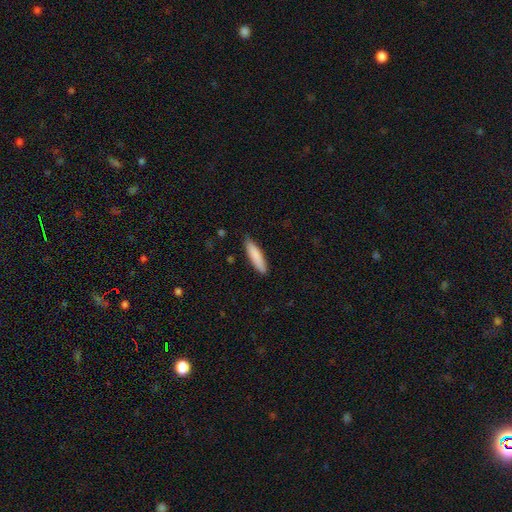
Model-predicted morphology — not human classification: A smooth galaxy with no disk features (85%) that is cigar-shaped (75%).

Vote fractions:
- Smooth or featured? smooth: 85% / featured or disk: 10% / star or artifact: 6%
- How rounded? cigar-shaped: 75% / in between: 24% / round: 1%
- Merging? none: 81% / minor disturbance: 16% / major disturbance: 2% / merger: 1%